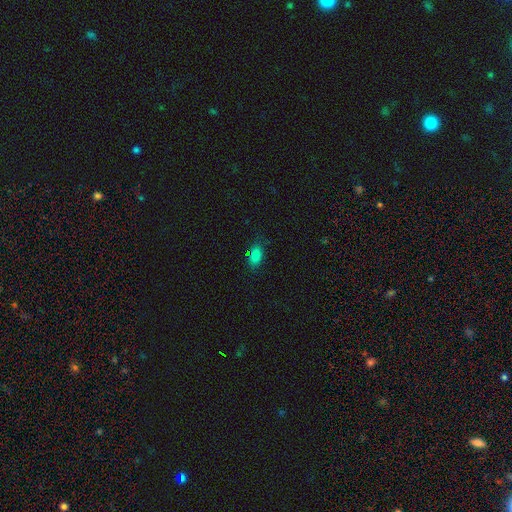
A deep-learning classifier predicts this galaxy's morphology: The model was most divided on "merging": none: 75%, minor disturbance: 18%, major disturbance: 5%, merger: 2%. More confident: how rounded — in between (88%); smooth or featured — smooth (81%).